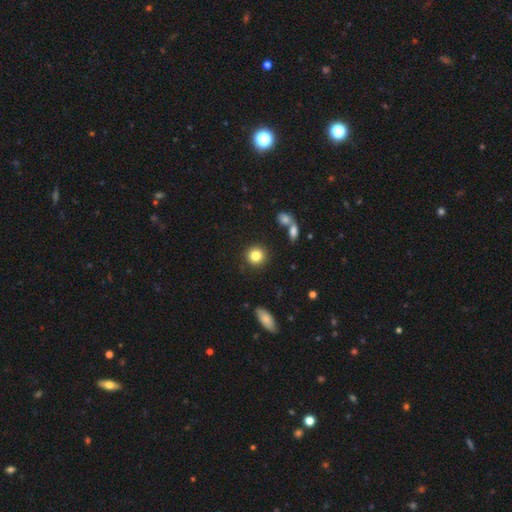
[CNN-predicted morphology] Smooth or featured?
  - smooth: 84% *
  - star or artifact: 9%
  - featured or disk: 6%
How rounded?
  - round: 90% *
  - in between: 9%
  - cigar-shaped: 1%
Merging?
  - none: 87% *
  - minor disturbance: 7%
  - merger: 3%
  - major disturbance: 3%